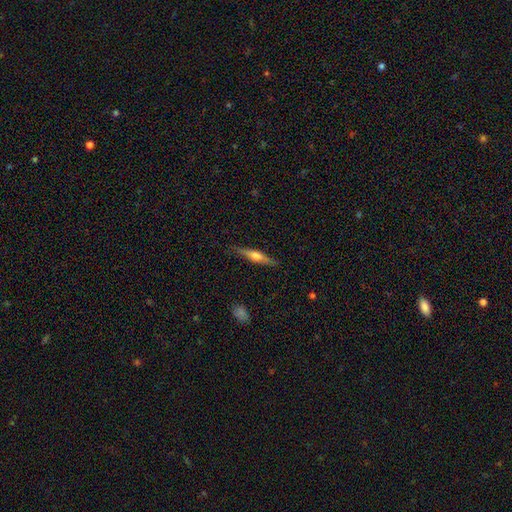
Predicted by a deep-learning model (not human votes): Smooth or featured?
  - featured or disk: 60% *
  - smooth: 34%
  - star or artifact: 6%
Edge-on disk?
  - yes: 96% *
  - no: 4%
Edge-on bulge?
  - rounded: 87% *
  - boxy: 8%
  - none: 5%
Merging?
  - none: 88% *
  - minor disturbance: 9%
  - major disturbance: 2%
  - merger: 1%